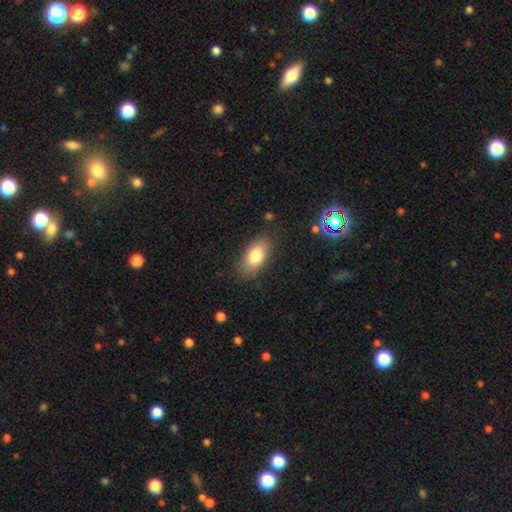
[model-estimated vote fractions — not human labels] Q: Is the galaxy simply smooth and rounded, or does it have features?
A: smooth — 79%.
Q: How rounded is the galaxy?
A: in between — 89%.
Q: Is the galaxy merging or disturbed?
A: none — 81%.